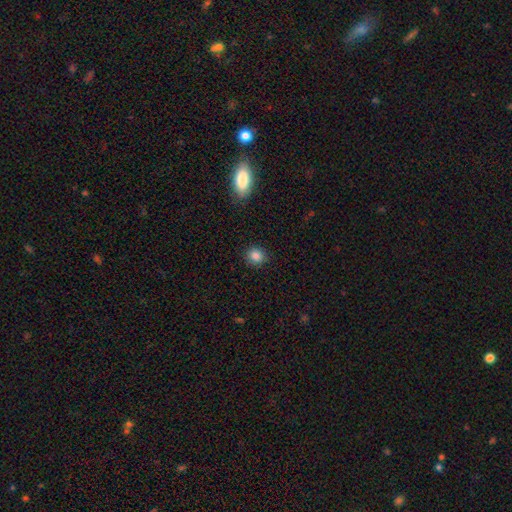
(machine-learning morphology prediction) Smooth or featured: smooth — 85% (star or artifact — 11%)
How rounded: round — 83% (in between — 16%)
Merging: none — 89% (minor disturbance — 7%)